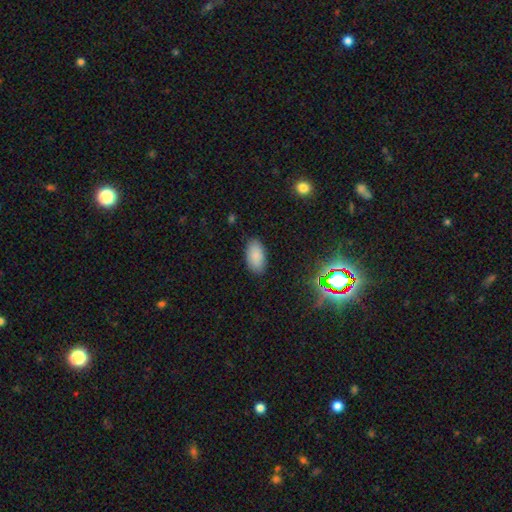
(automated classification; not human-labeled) Smooth or featured: smooth — 86% (star or artifact — 9%)
How rounded: in between — 95% (round — 3%)
Merging: none — 86% (minor disturbance — 10%)